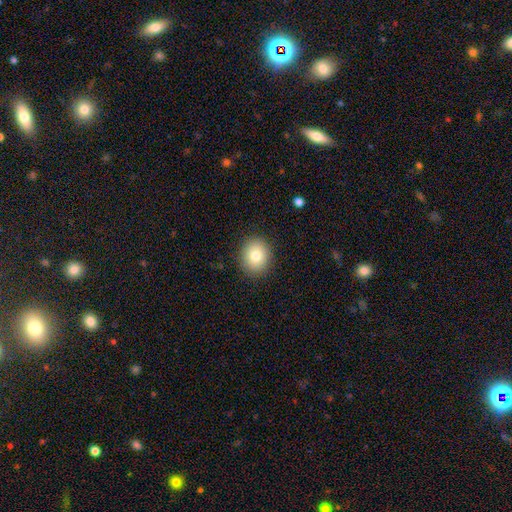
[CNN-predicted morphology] A smooth galaxy with no disk features (81%) that is round (74%).

Vote fractions:
- Smooth or featured? smooth: 81% / star or artifact: 9% / featured or disk: 9%
- How rounded? round: 74% / in between: 26% / cigar-shaped: 1%
- Merging? none: 90% / minor disturbance: 7% / major disturbance: 2% / merger: 1%